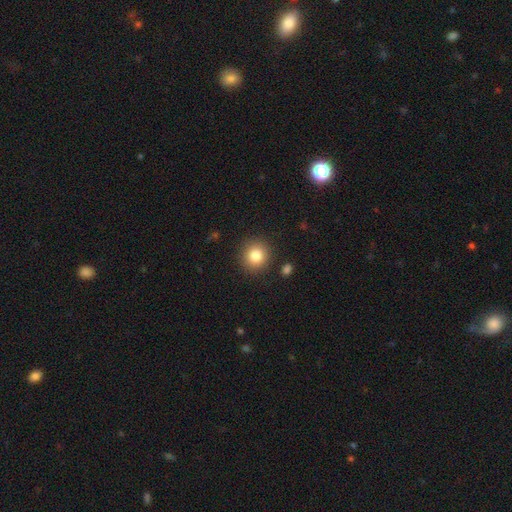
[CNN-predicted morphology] smooth 83%, star or artifact 10%, featured or disk 7%. Down the decision tree: how rounded — round (90%); merging — none (89%).